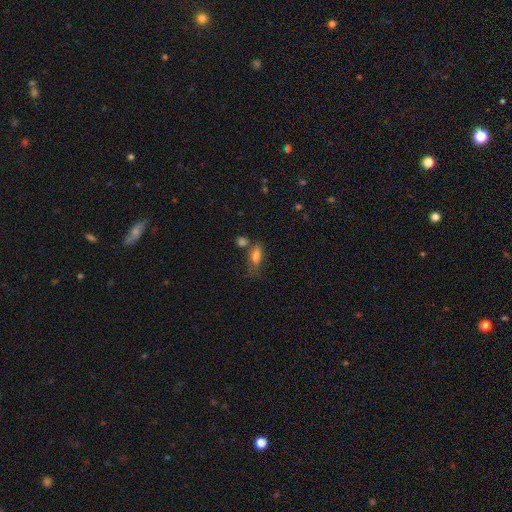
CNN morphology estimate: This appears to be a smooth galaxy with no disk features (77%) that is in between round and cigar-shaped (80%). Merging: none (47%).